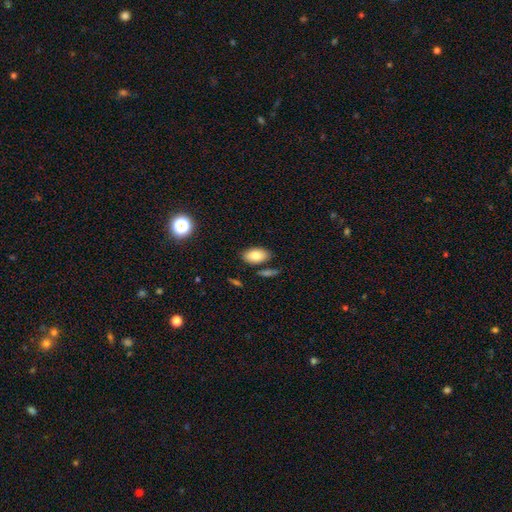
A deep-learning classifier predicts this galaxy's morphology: Q: Smooth or featured?
A: smooth (82%); runner-up: featured or disk (10%)
Q: How rounded?
A: in between (93%); runner-up: round (6%)
Q: Merging?
A: none (78%); runner-up: minor disturbance (12%)